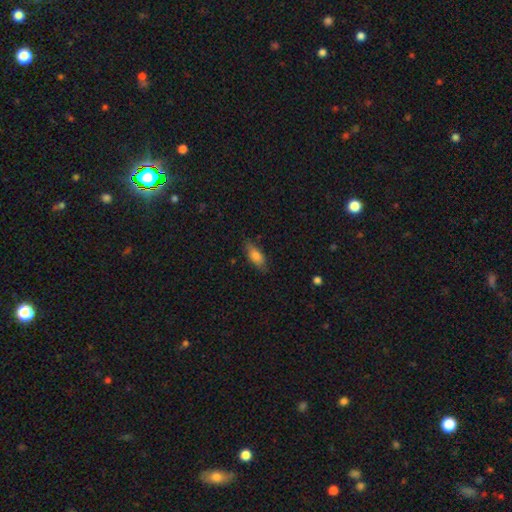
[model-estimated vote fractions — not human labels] A smooth galaxy with no disk features (79%) that is in between round and cigar-shaped (77%). Merging: none (78%).